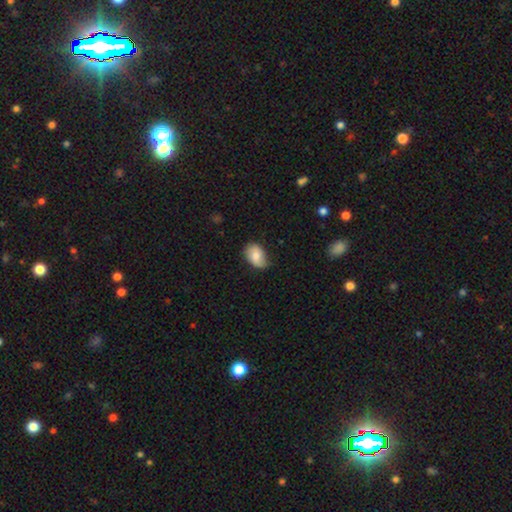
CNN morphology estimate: This is likely a smooth galaxy (73%). How rounded: clearly in between (86%). Merging: likely none (66%).